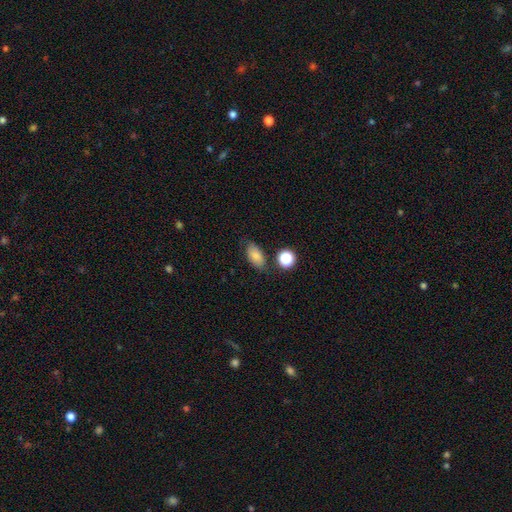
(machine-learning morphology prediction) smooth-or-featured: smooth: 79% | featured or disk: 11% | star or artifact: 10%
  how-rounded: in between: 87% | round: 9% | cigar-shaped: 4%
  merging: none: 73% | minor disturbance: 18% | merger: 5% | major disturbance: 5%